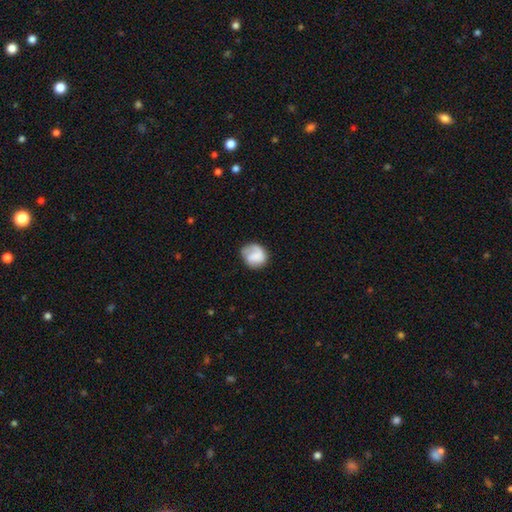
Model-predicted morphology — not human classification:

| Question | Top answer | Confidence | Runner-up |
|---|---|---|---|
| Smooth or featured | smooth | 64% | featured or disk (28%) |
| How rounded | round | 71% | in between (28%) |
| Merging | none | 61% | minor disturbance (25%) |